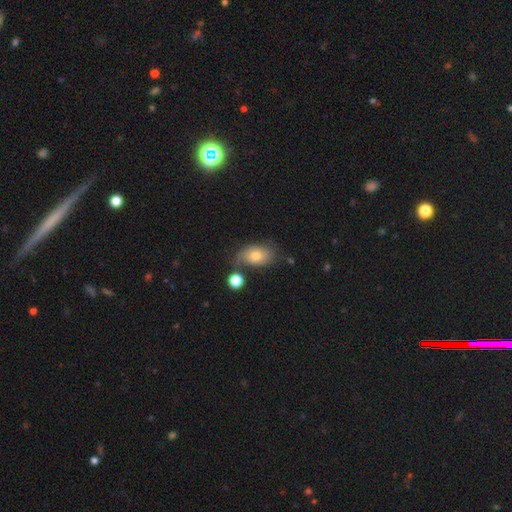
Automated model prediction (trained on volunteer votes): Morphology: type=smooth (53%); roundness=in between (80%); merging=none (54%).